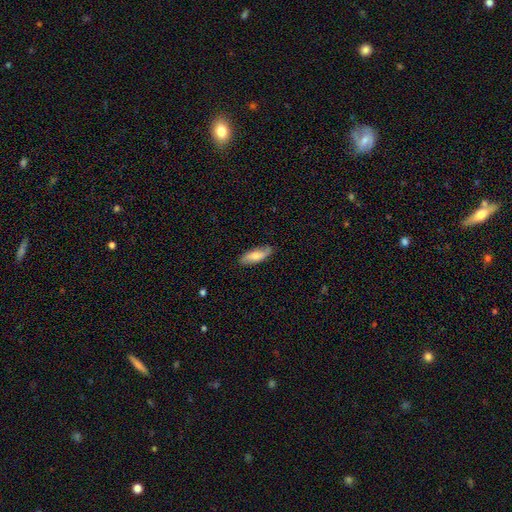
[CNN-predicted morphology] smooth-or-featured: smooth: 60% | featured or disk: 34% | star or artifact: 6%
  how-rounded: in between: 66% | cigar-shaped: 32% | round: 2%
  merging: none: 79% | minor disturbance: 17% | major disturbance: 3% | merger: 1%